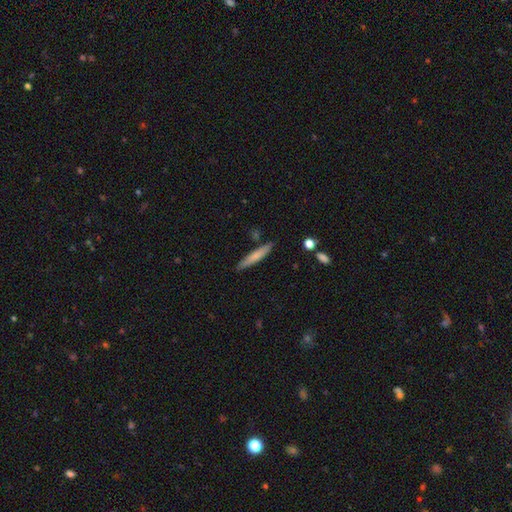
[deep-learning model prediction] A smooth galaxy with no disk features (68%) that is cigar-shaped (94%).

Vote fractions:
- Smooth or featured? smooth: 68% / featured or disk: 26% / star or artifact: 6%
- How rounded? cigar-shaped: 94% / in between: 5% / round: 1%
- Merging? none: 85% / minor disturbance: 10% / merger: 3% / major disturbance: 2%